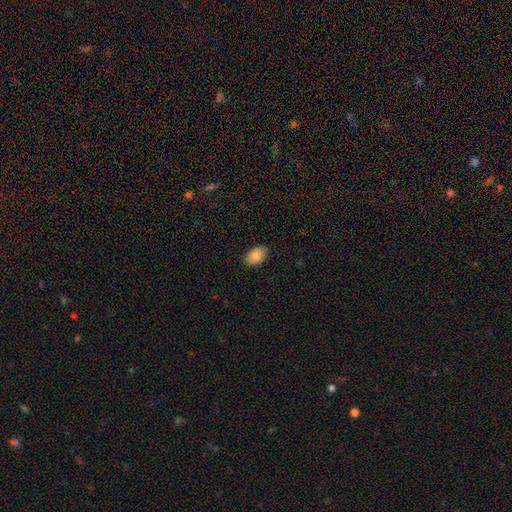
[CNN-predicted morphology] Overall: smooth (88%). How rounded: in between (92%). Merging: none (87%).